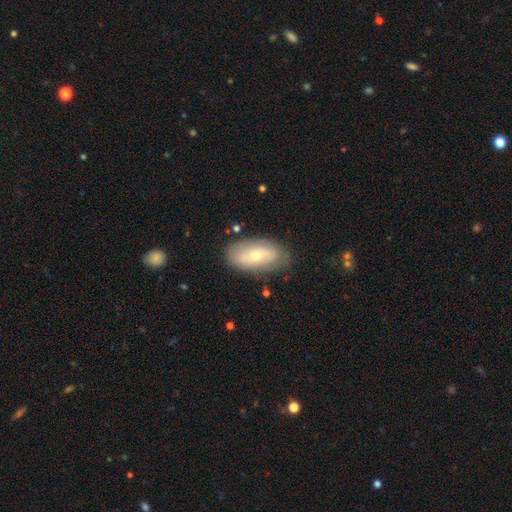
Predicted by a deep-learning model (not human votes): Q: Smooth or featured?
A: smooth (47%); runner-up: featured or disk (46%)
Q: Merging?
A: none (79%); runner-up: minor disturbance (15%)